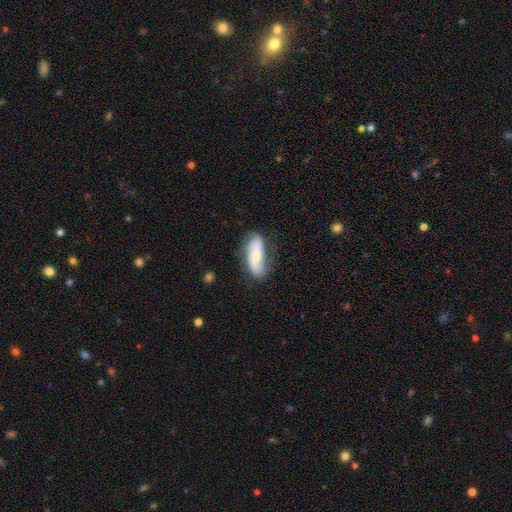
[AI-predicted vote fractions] This is possibly a featured or disk galaxy (48%). Merging: likely none (70%).